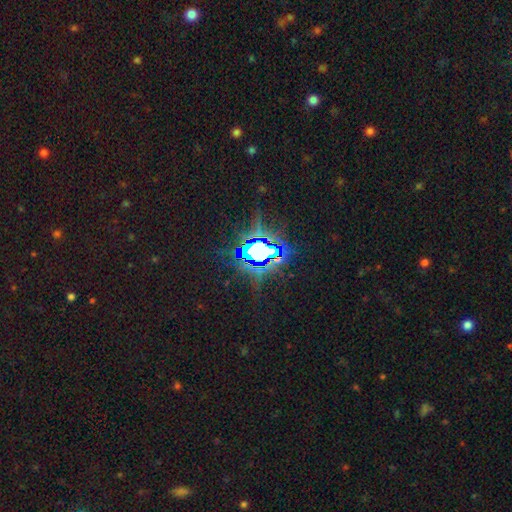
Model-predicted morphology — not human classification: Smooth or featured?
  - star or artifact: 77% *
  - featured or disk: 12%
  - smooth: 11%